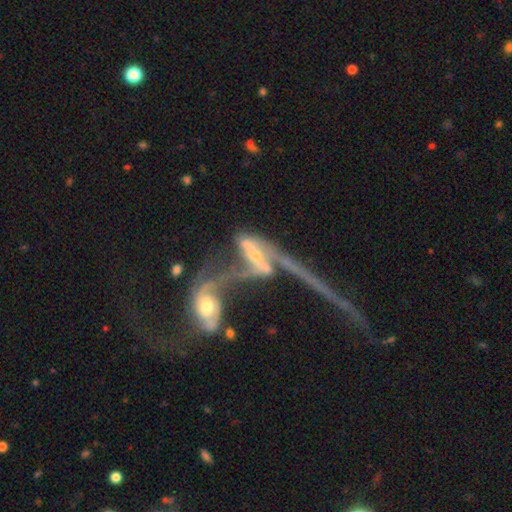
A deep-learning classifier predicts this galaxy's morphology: This appears to be a featured or disk galaxy (73%) with no bar (46%), spiral arms (67%) and a moderate central bulge (45%). Merging: merger (69%).